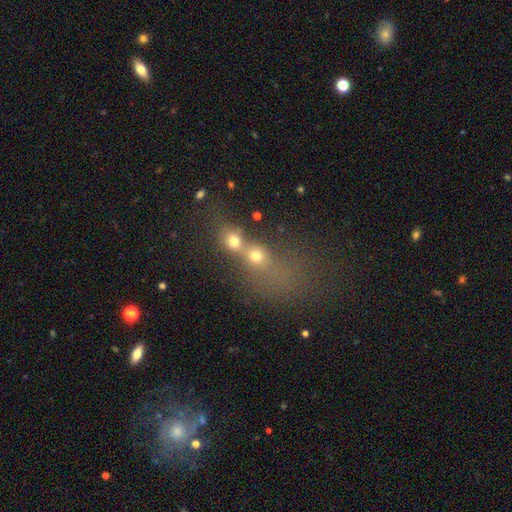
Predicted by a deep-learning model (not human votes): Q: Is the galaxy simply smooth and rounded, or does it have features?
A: smooth — 42%.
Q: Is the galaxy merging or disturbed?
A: merger — 54%.